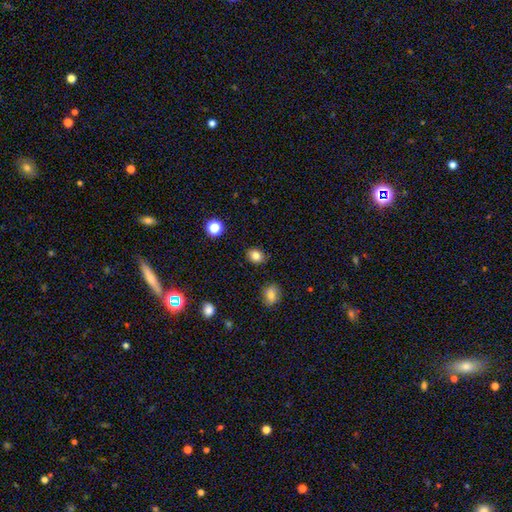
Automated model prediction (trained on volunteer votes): smooth 83%, star or artifact 12%, featured or disk 6%. Down the decision tree: how rounded — round (55%); merging — none (86%).